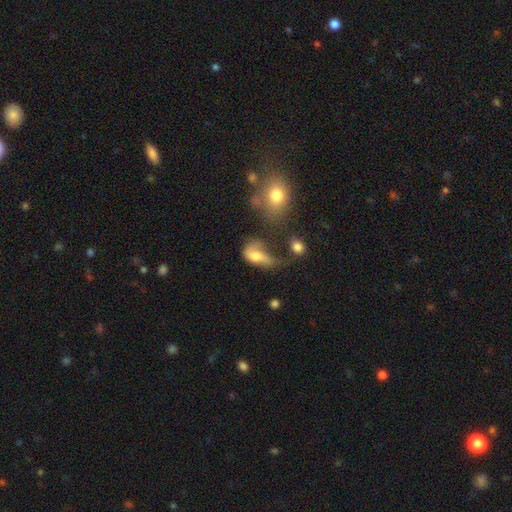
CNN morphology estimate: smooth 63%, featured or disk 27%, star or artifact 10%. Down the decision tree: how rounded — in between (81%); merging — major disturbance (39%).